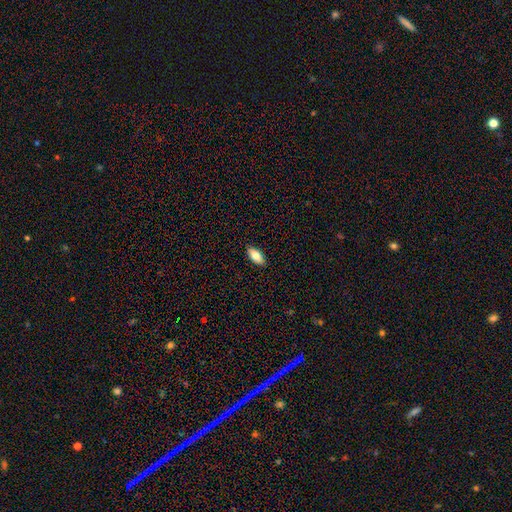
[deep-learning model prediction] smooth 81%, featured or disk 12%, star or artifact 7%. Down the decision tree: how rounded — in between (88%); merging — none (89%).